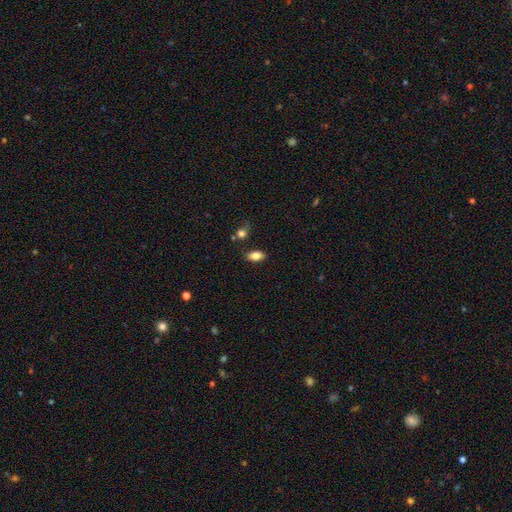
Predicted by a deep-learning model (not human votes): A smooth galaxy with no disk features (79%) that is in between round and cigar-shaped (89%). Merging: none (81%).